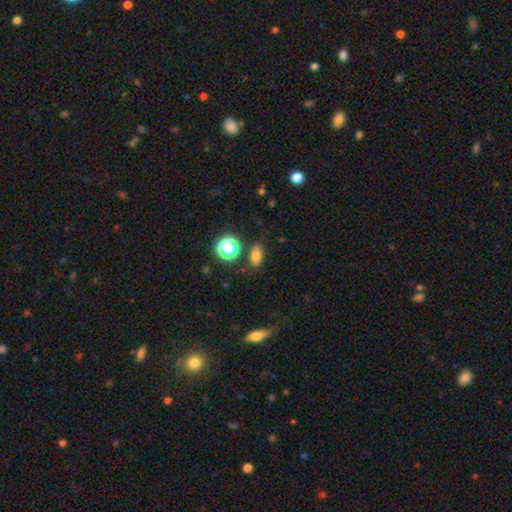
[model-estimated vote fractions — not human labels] Smooth or featured?
  - smooth: 74% *
  - star or artifact: 16%
  - featured or disk: 10%
How rounded?
  - in between: 77% *
  - round: 19%
  - cigar-shaped: 4%
Merging?
  - none: 81% *
  - minor disturbance: 12%
  - merger: 3%
  - major disturbance: 3%